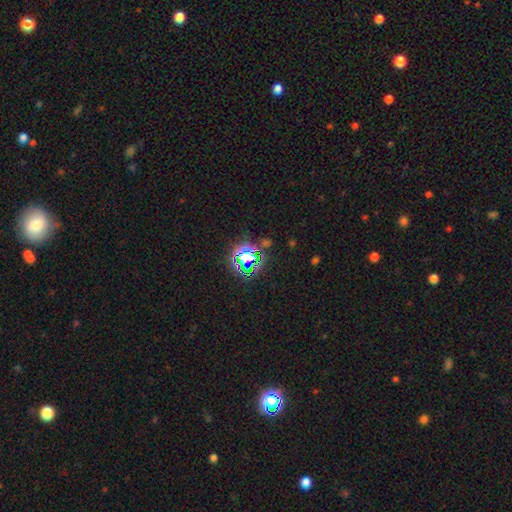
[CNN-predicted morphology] Smooth or featured: star or artifact — 73% (smooth — 18%)